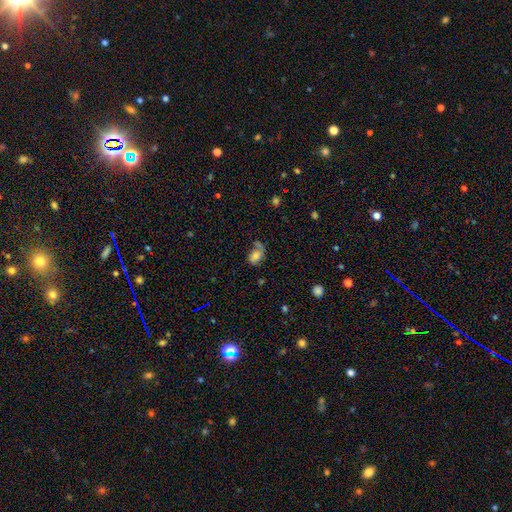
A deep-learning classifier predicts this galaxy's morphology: type=smooth (69%); roundness=in between (85%); merging=none (40%).